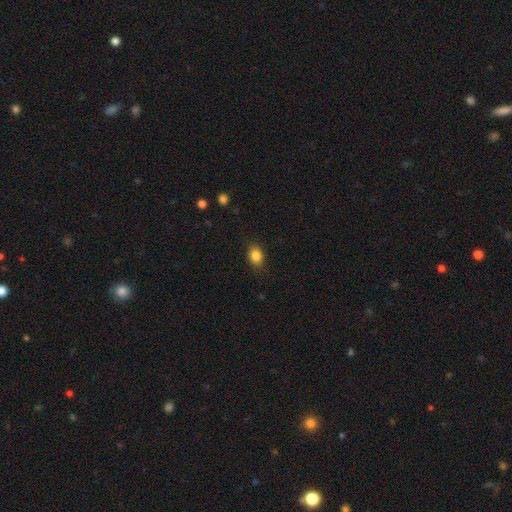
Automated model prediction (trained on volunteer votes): Overall: smooth (85%). How rounded: in between (71%). Merging: none (86%).